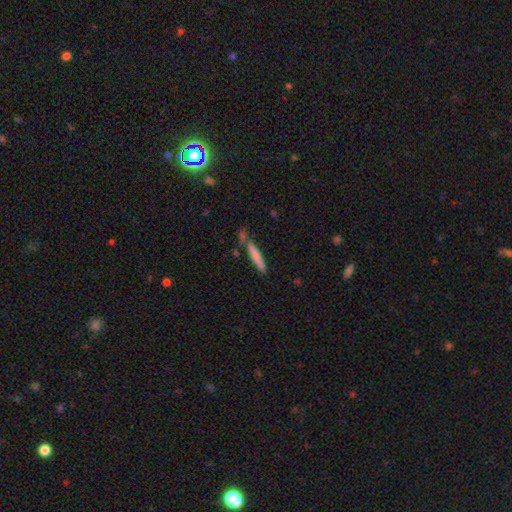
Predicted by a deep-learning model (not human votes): A smooth galaxy with no disk features (74%) that is cigar-shaped (92%).

Vote fractions:
- Smooth or featured? smooth: 74% / featured or disk: 20% / star or artifact: 6%
- How rounded? cigar-shaped: 92% / in between: 6% / round: 1%
- Merging? none: 66% / minor disturbance: 15% / merger: 15% / major disturbance: 4%